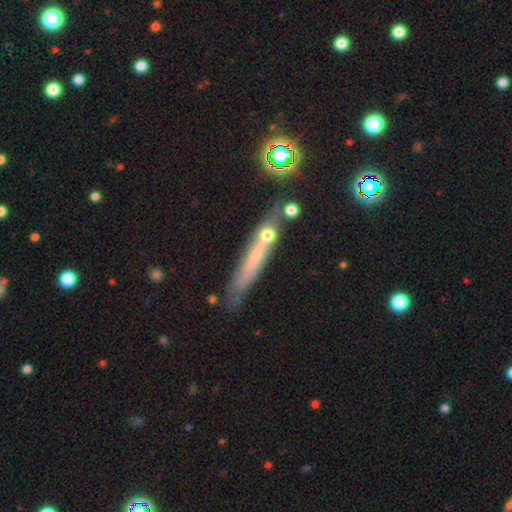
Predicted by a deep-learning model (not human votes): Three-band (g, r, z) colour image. It shows a featured or disk galaxy (44%). Merging: none (66%).